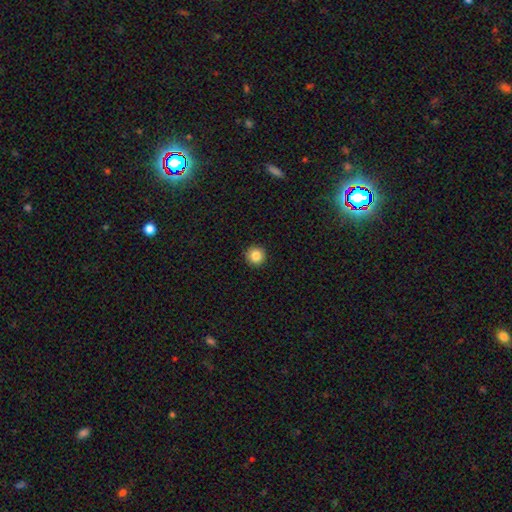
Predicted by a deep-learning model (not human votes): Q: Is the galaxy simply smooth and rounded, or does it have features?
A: smooth — 85%.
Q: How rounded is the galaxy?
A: round — 96%.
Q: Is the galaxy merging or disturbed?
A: none — 93%.